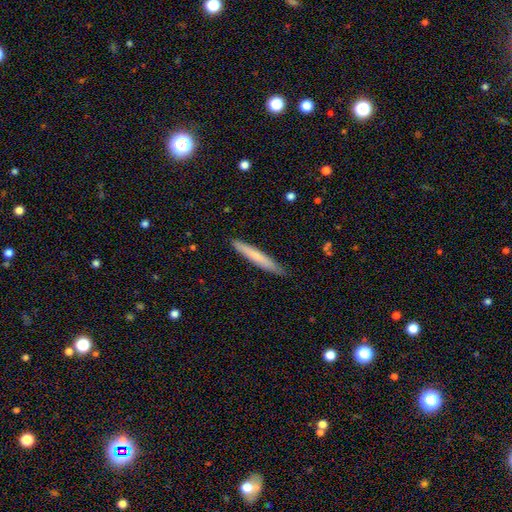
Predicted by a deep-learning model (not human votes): Q: Smooth or featured?
A: smooth (69%); runner-up: featured or disk (26%)
Q: How rounded?
A: cigar-shaped (96%); runner-up: in between (3%)
Q: Merging?
A: none (88%); runner-up: minor disturbance (9%)